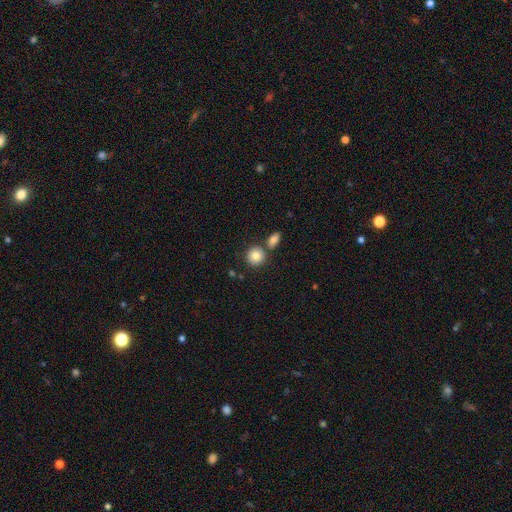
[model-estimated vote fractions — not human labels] smooth_or_featured: smooth (p=0.83) [alt: star or artifact p=0.09]
how_rounded: round (p=0.87) [alt: in between p=0.12]
merging: none (p=0.71) [alt: merger p=0.18]